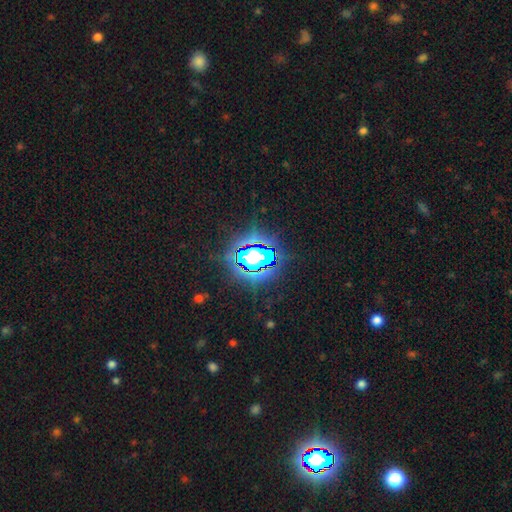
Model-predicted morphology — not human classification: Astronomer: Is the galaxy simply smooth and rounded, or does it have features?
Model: star or artifact — 76%.